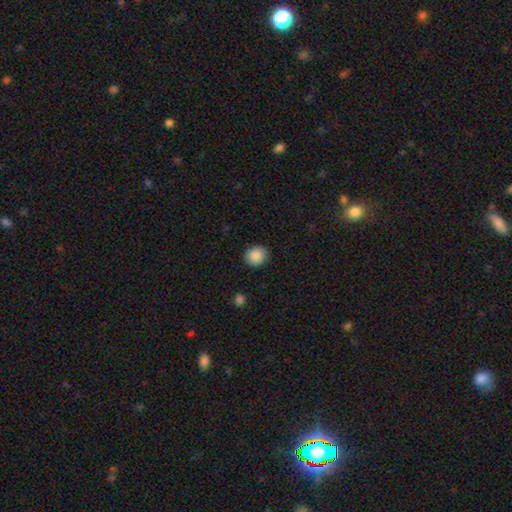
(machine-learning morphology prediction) A smooth galaxy with no disk features (88%) that is round (81%). Merging: none (89%).